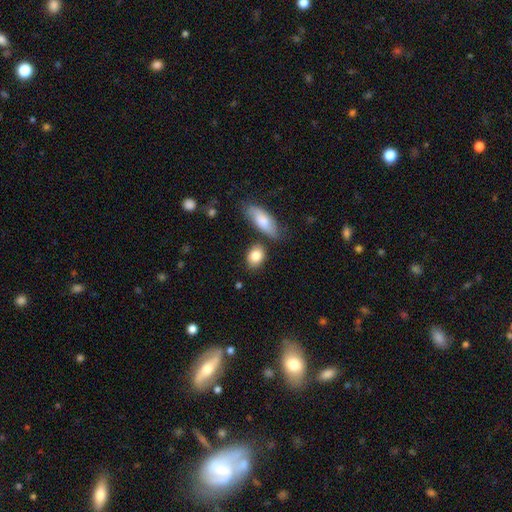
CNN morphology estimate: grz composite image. It shows a smooth galaxy with no disk features (85%) that is in between round and cigar-shaped (70%). Merging: none (72%).